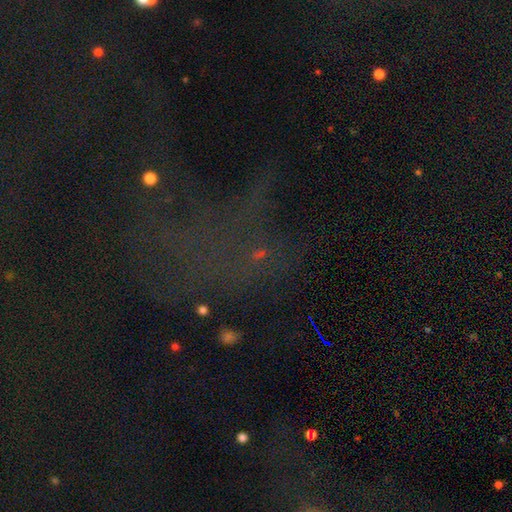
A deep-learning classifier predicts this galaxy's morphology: type=star or artifact (57%).